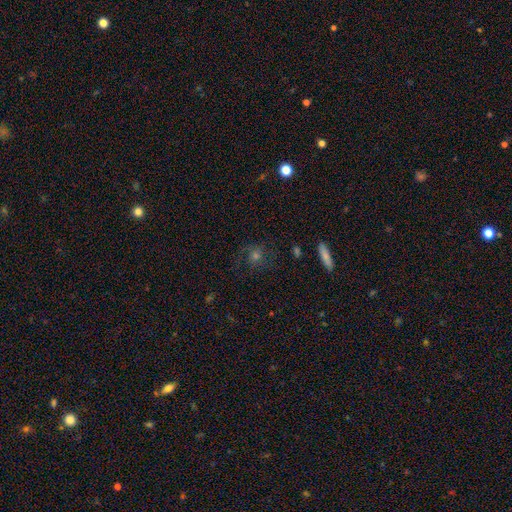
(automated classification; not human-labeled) Morphology: type=featured or disk (44%); merging=none (72%).